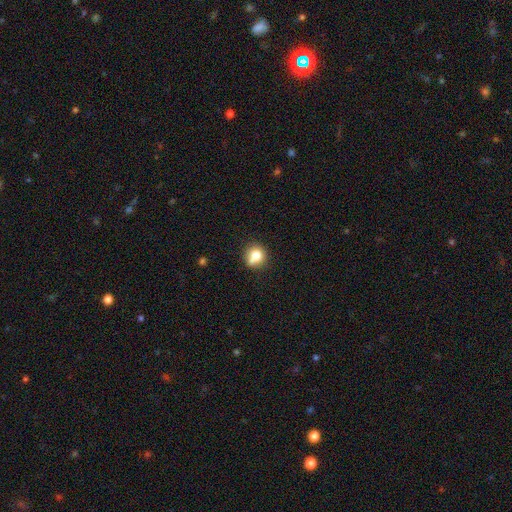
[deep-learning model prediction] This appears to be a smooth galaxy with no disk features (78%) that is round (81%). Merging: none (63%).